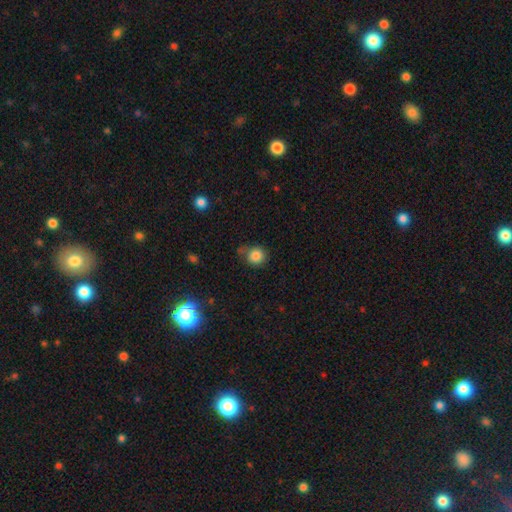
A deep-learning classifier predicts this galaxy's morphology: Smooth or featured? smooth (84%)
How rounded? round (88%)
Merging? none (68%)